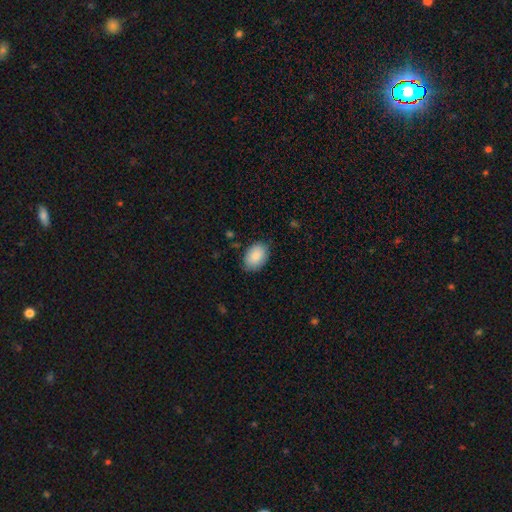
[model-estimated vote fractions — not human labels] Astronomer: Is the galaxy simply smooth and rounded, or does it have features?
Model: smooth — 87%.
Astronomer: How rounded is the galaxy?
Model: in between — 85%.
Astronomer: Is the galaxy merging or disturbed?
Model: none — 79%.